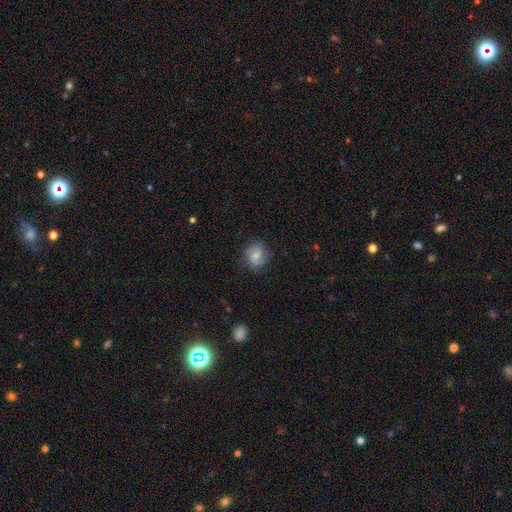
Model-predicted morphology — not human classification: Smooth or featured?
  - featured or disk: 67% *
  - smooth: 22%
  - star or artifact: 11%
Edge-on disk?
  - no: 97% *
  - yes: 3%
Bar?
  - weak: 48% *
  - no: 38%
  - strong: 14%
Spiral arms?
  - yes: 92% *
  - no: 8%
Spiral winding?
  - medium: 46% *
  - tight: 35%
  - loose: 20%
Spiral arm count?
  - 2: 70% *
  - can't tell: 13%
  - 3: 8%
  - 1: 4%
  - 4: 2%
  - more than 4: 2%
Bulge size?
  - moderate: 49% *
  - small: 41%
  - none: 5%
  - large: 4%
  - dominant: 1%
Merging?
  - none: 79% *
  - minor disturbance: 14%
  - major disturbance: 5%
  - merger: 1%